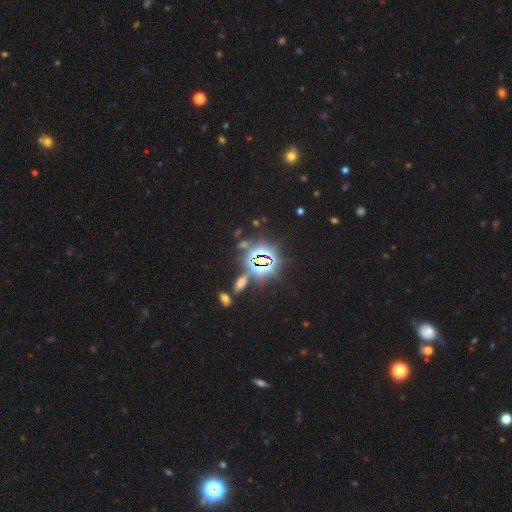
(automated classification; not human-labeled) Smooth or featured?
  - star or artifact: 82% *
  - smooth: 10%
  - featured or disk: 8%